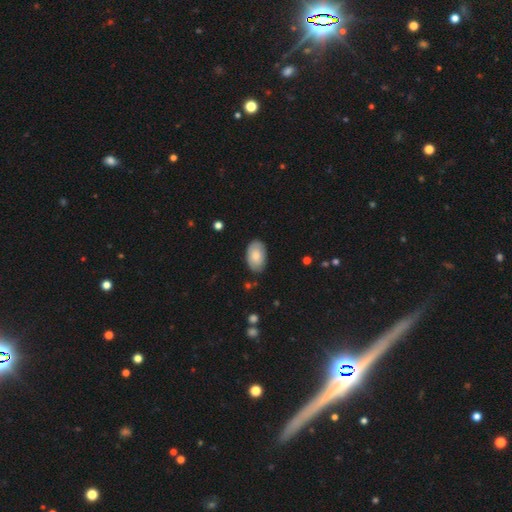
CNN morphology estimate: smooth-or-featured: smooth: 71% | featured or disk: 22% | star or artifact: 6%
  how-rounded: in between: 93% | round: 6% | cigar-shaped: 1%
  merging: none: 79% | minor disturbance: 17% | major disturbance: 3% | merger: 1%